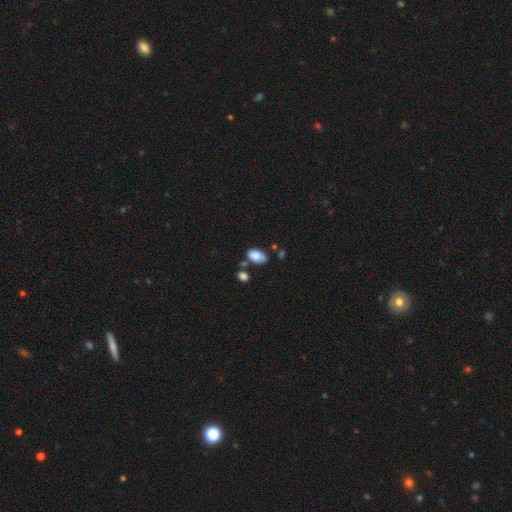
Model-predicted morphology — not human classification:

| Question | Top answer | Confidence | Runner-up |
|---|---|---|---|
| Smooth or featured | smooth | 85% | star or artifact (8%) |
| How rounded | in between | 93% | round (5%) |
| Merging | none | 60% | minor disturbance (21%) |